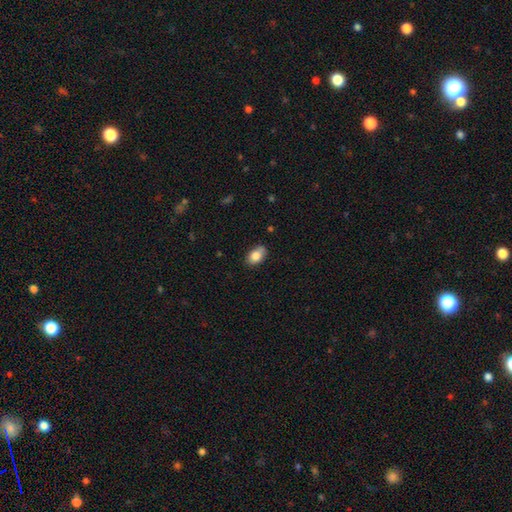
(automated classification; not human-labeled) smooth 84%, featured or disk 9%, star or artifact 8%. Down the decision tree: how rounded — in between (86%); merging — none (72%).